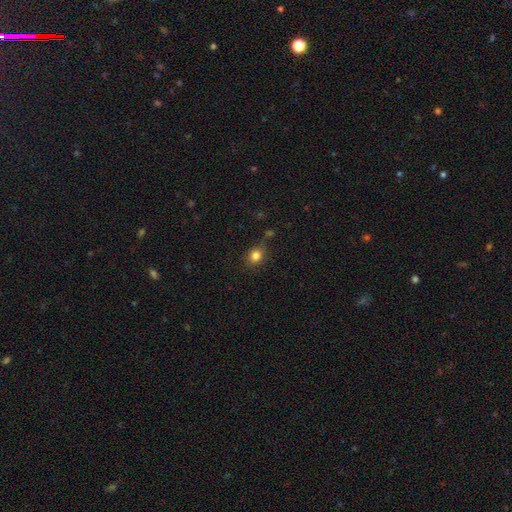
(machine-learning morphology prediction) Smooth or featured: smooth — 82% (star or artifact — 12%)
How rounded: round — 69% (in between — 30%)
Merging: none — 72% (minor disturbance — 17%)